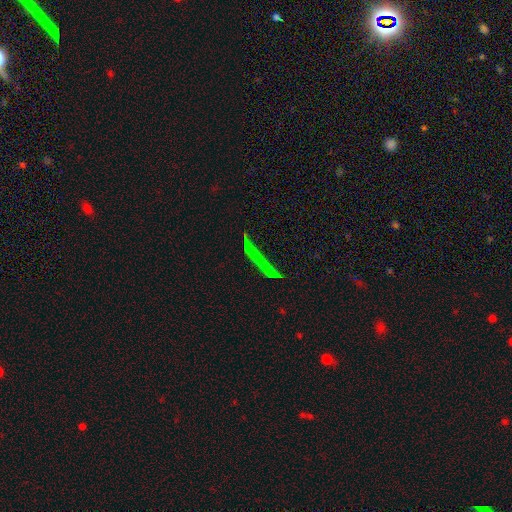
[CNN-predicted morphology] Overall: star or artifact (39%; featured or disk 33%).